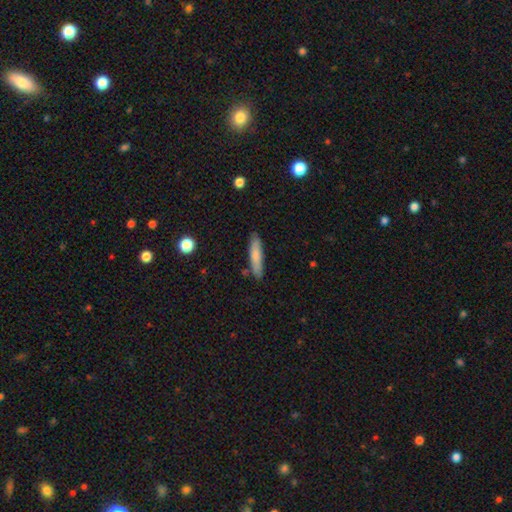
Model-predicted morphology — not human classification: Q: Smooth or featured?
A: smooth (76%); runner-up: featured or disk (18%)
Q: How rounded?
A: cigar-shaped (84%); runner-up: in between (15%)
Q: Merging?
A: none (81%); runner-up: minor disturbance (13%)